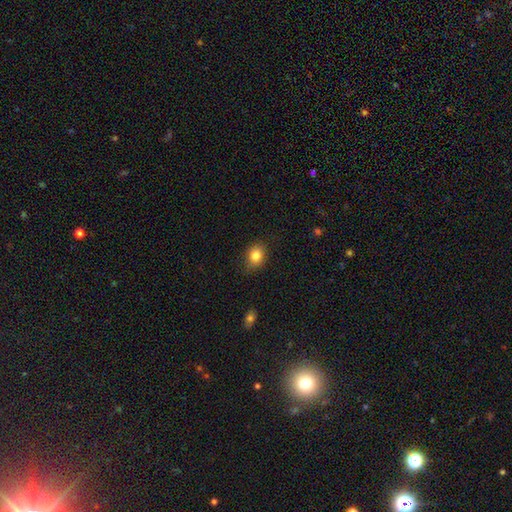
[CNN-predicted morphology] This is clearly a smooth galaxy (83%). How rounded: possibly in between (54%). Merging: clearly none (83%).